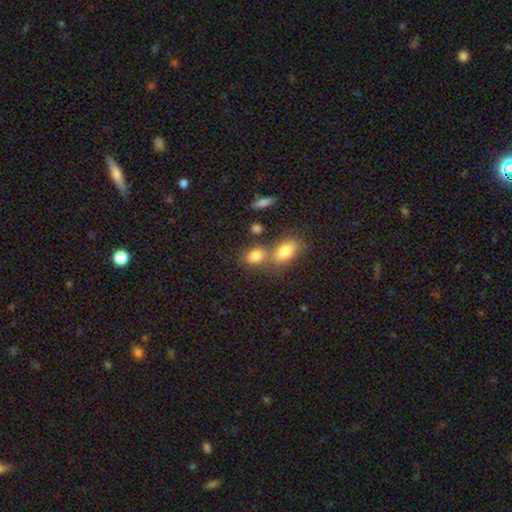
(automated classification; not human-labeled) This is clearly a smooth galaxy (80%). How rounded: likely in between (77%). Merging: possibly none (46%).